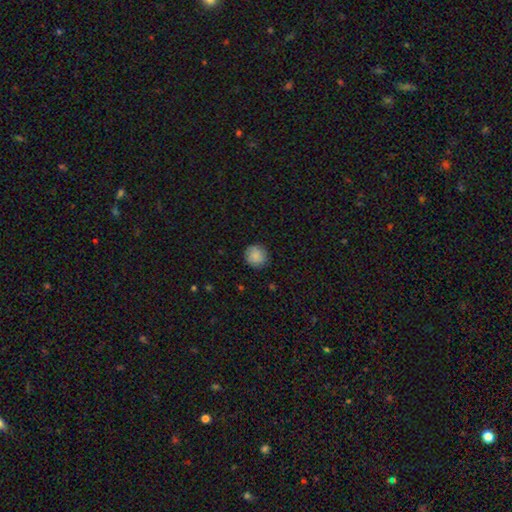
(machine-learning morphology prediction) A smooth galaxy with no disk features (87%) that is round (92%).

Vote fractions:
- Smooth or featured? smooth: 87% / star or artifact: 8% / featured or disk: 5%
- How rounded? round: 92% / in between: 7% / cigar-shaped: 1%
- Merging? none: 88% / minor disturbance: 9% / major disturbance: 2% / merger: 1%